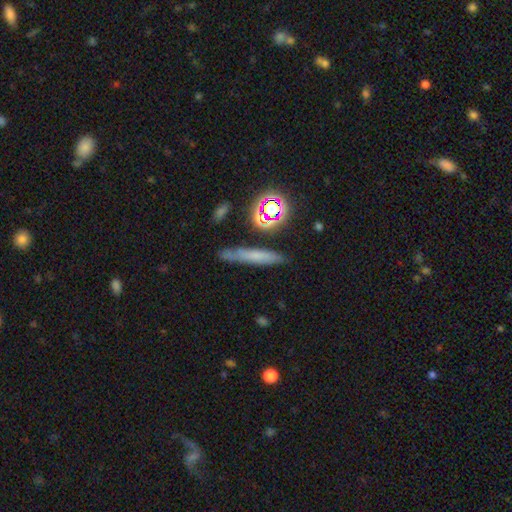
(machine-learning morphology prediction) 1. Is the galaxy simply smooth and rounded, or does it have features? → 54% smooth, 26% featured or disk, 20% star or artifact.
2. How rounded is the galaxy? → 83% cigar-shaped, 9% round, 8% in between.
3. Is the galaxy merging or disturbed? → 78% none, 13% minor disturbance, 5% merger, 4% major disturbance.